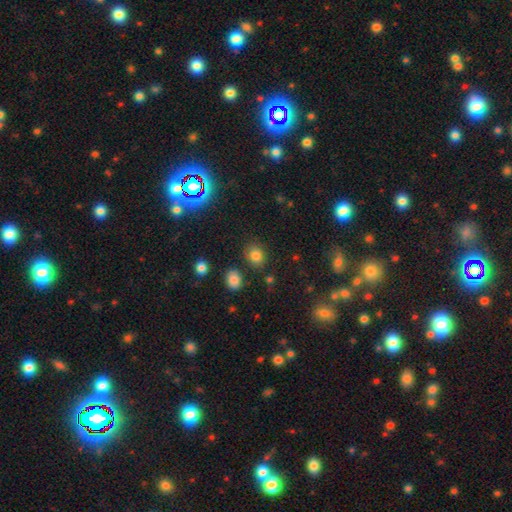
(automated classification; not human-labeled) Q: Smooth or featured?
A: smooth (80%); runner-up: star or artifact (14%)
Q: How rounded?
A: round (54%); runner-up: in between (45%)
Q: Merging?
A: none (81%); runner-up: minor disturbance (11%)